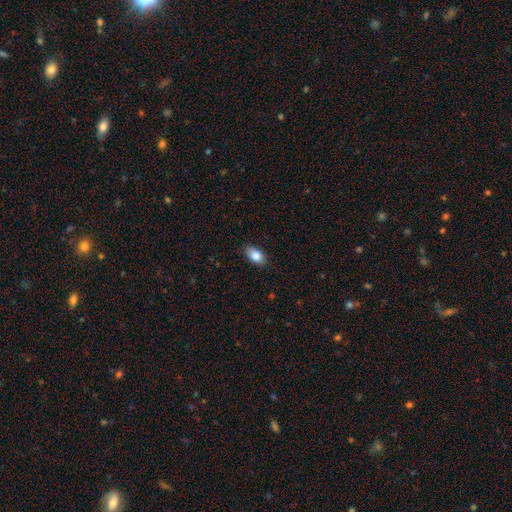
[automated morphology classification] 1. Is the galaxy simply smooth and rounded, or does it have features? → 85% smooth, 8% featured or disk, 7% star or artifact.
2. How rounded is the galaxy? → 90% in between, 6% round, 3% cigar-shaped.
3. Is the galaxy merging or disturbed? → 84% none, 12% minor disturbance, 2% major disturbance, 1% merger.